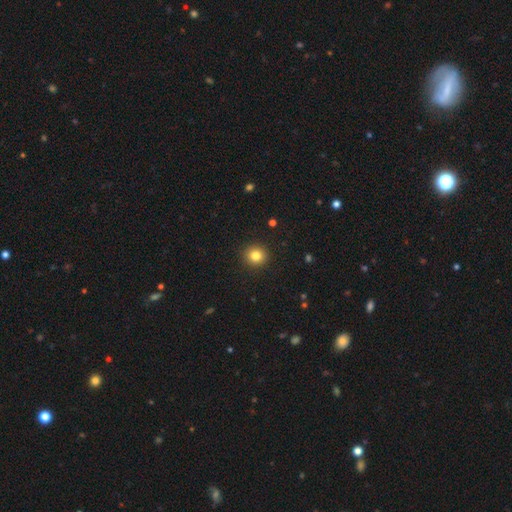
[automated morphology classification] Q: Smooth or featured?
A: smooth (82%); runner-up: star or artifact (11%)
Q: How rounded?
A: round (92%); runner-up: in between (7%)
Q: Merging?
A: none (92%); runner-up: minor disturbance (5%)